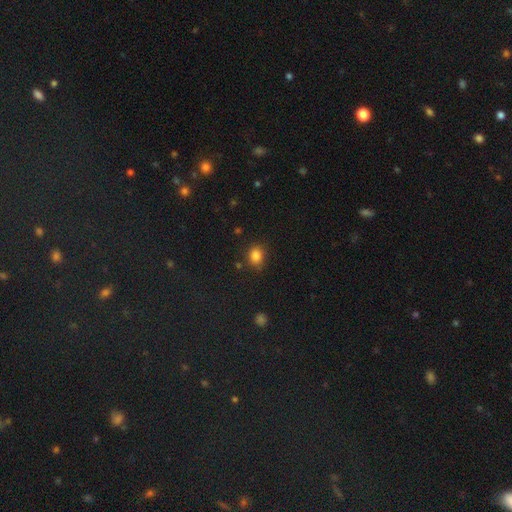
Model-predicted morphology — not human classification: smooth_or_featured: smooth (p=0.84) [alt: star or artifact p=0.11]
how_rounded: round (p=0.57) [alt: in between p=0.42]
merging: none (p=0.80) [alt: minor disturbance p=0.14]